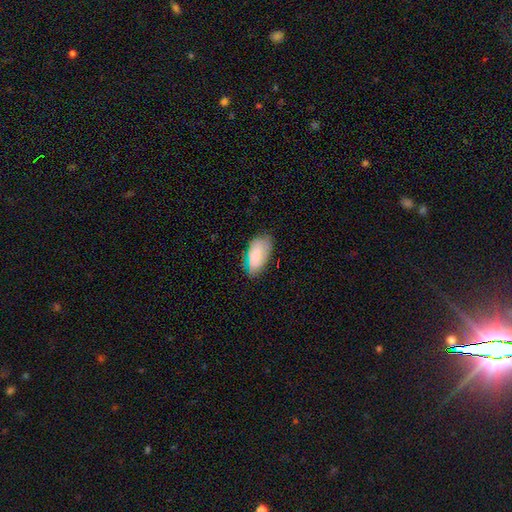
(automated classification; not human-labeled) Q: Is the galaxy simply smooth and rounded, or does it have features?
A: smooth — 77%.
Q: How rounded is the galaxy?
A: in between — 94%.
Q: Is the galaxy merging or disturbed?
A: none — 68%.